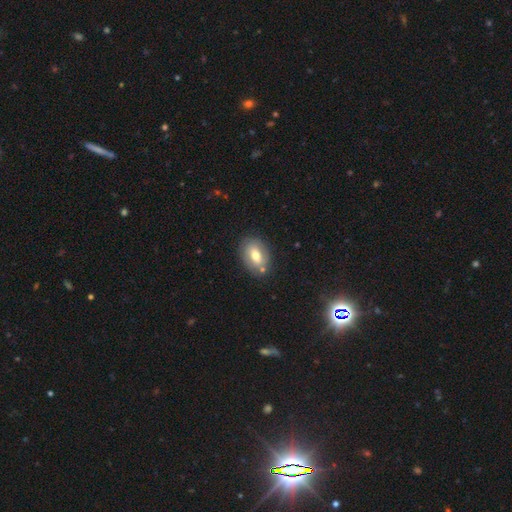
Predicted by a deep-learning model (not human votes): A smooth galaxy with no disk features (59%) that is in between round and cigar-shaped (80%).

Vote fractions:
- Smooth or featured? smooth: 59% / featured or disk: 33% / star or artifact: 8%
- How rounded? in between: 80% / round: 18% / cigar-shaped: 2%
- Merging? none: 76% / minor disturbance: 14% / merger: 6% / major disturbance: 4%